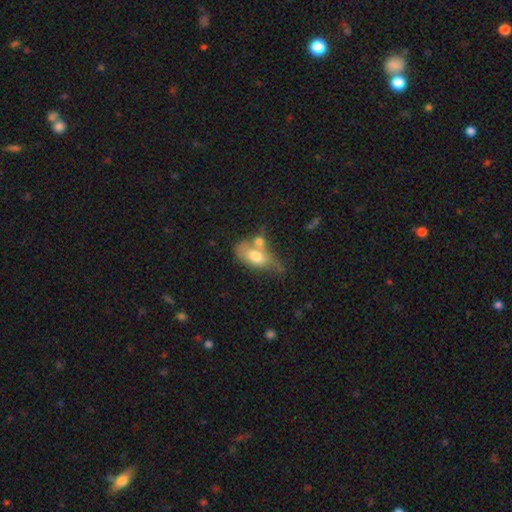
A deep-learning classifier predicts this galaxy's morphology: Smooth or featured? smooth (65%)
How rounded? in between (84%)
Merging? merger (44%)